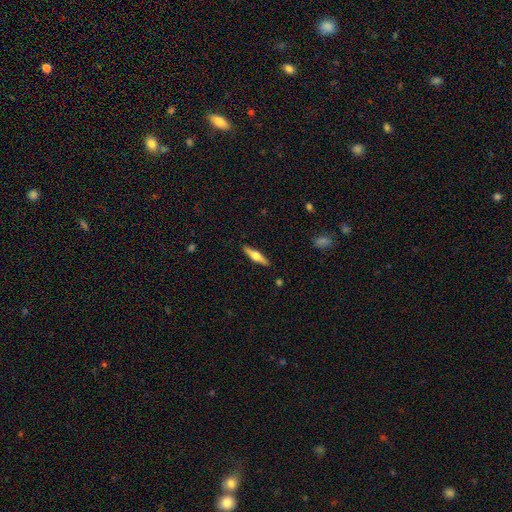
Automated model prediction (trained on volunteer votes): Smooth or featured? featured or disk (53%)
Edge-on disk? yes (95%)
Edge-on bulge? rounded (92%)
Merging? none (89%)